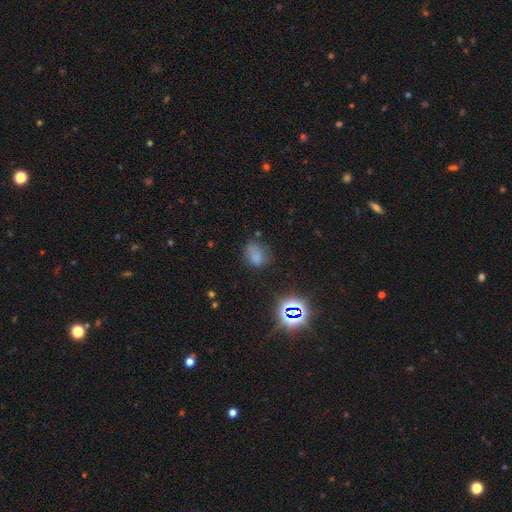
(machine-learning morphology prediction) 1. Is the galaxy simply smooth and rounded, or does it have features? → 69% smooth, 21% star or artifact, 9% featured or disk.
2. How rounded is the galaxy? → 68% in between, 30% round, 2% cigar-shaped.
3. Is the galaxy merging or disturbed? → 51% none, 30% minor disturbance, 14% major disturbance, 5% merger.